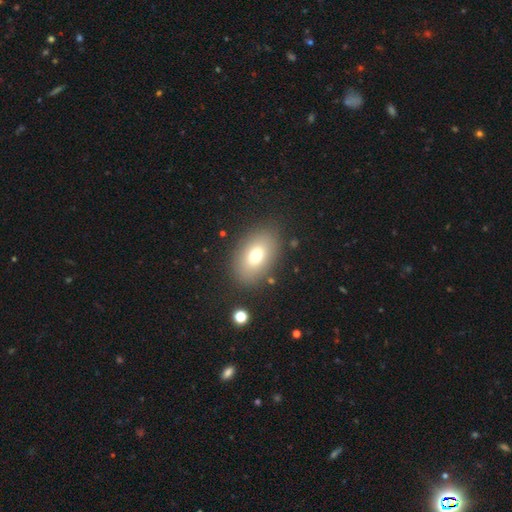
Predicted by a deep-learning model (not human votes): Smooth or featured?
  - smooth: 73% *
  - featured or disk: 16%
  - star or artifact: 11%
How rounded?
  - in between: 84% *
  - round: 14%
  - cigar-shaped: 1%
Merging?
  - none: 83% *
  - minor disturbance: 10%
  - major disturbance: 4%
  - merger: 2%